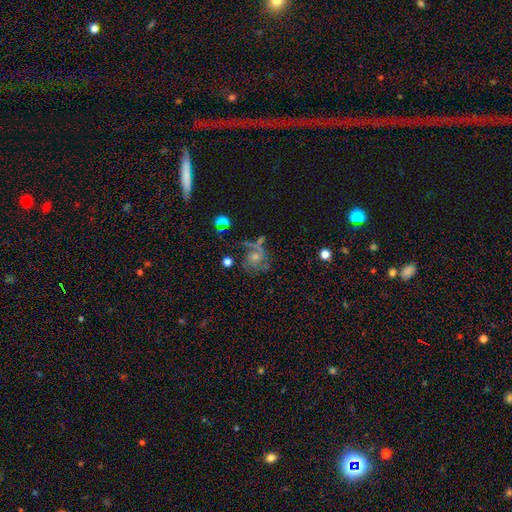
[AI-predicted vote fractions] Q: Smooth or featured?
A: featured or disk (67%); runner-up: smooth (19%)
Q: Edge-on disk?
A: no (97%); runner-up: yes (3%)
Q: Bar?
A: no (74%); runner-up: weak (22%)
Q: Spiral arms?
A: yes (88%); runner-up: no (12%)
Q: Spiral winding?
A: medium (46%); runner-up: tight (30%)
Q: Spiral arm count?
A: 2 (39%); runner-up: can't tell (23%)
Q: Bulge size?
A: small (46%); runner-up: moderate (41%)
Q: Merging?
A: none (49%); runner-up: major disturbance (21%)